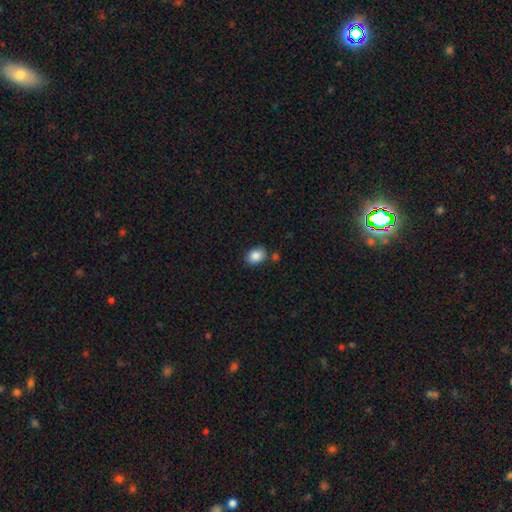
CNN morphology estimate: The model was most divided on "how rounded": in between: 78%, round: 20%, cigar-shaped: 1%. More confident: smooth or featured — smooth (87%); merging — none (79%).